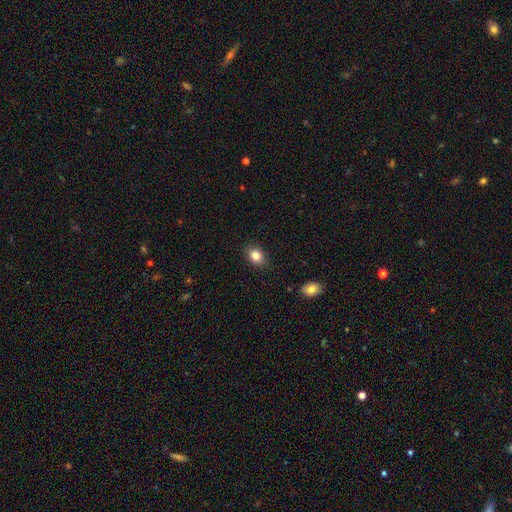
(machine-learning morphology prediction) smooth 83%, star or artifact 9%, featured or disk 7%. Down the decision tree: how rounded — in between (70%); merging — none (86%).